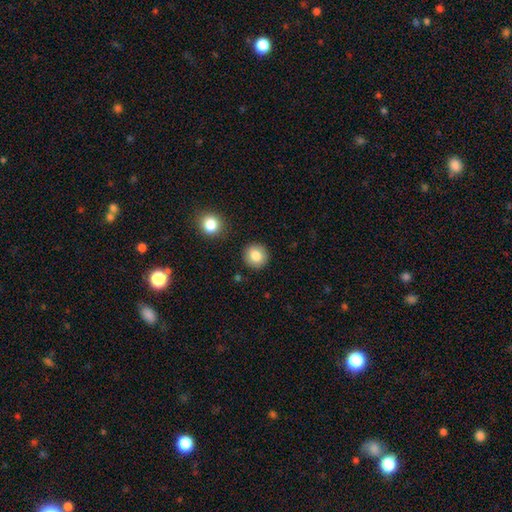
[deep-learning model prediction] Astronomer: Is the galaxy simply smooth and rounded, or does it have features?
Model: smooth — 82%.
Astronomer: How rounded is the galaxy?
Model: round — 93%.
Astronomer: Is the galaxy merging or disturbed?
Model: none — 89%.